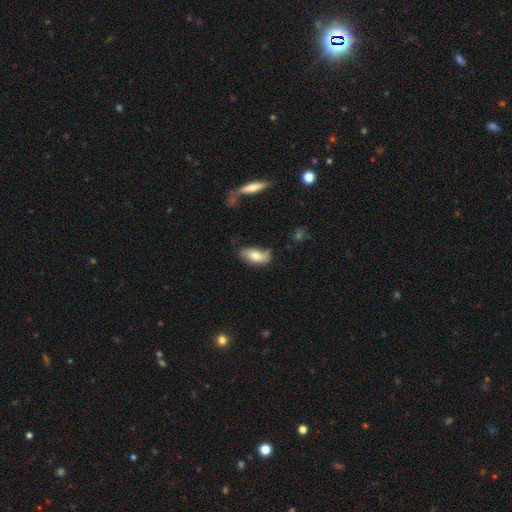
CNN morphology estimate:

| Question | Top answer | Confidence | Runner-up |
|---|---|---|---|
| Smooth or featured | smooth | 71% | featured or disk (22%) |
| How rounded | in between | 90% | cigar-shaped (7%) |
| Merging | none | 60% | minor disturbance (29%) |